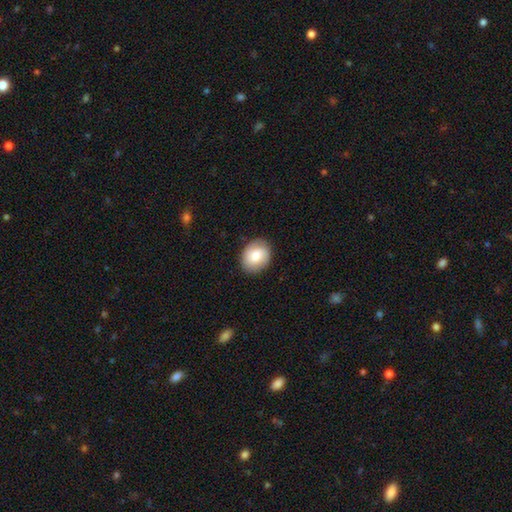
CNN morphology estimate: Smooth or featured: smooth — 69% (featured or disk — 24%)
How rounded: round — 57% (in between — 42%)
Merging: none — 84% (minor disturbance — 12%)